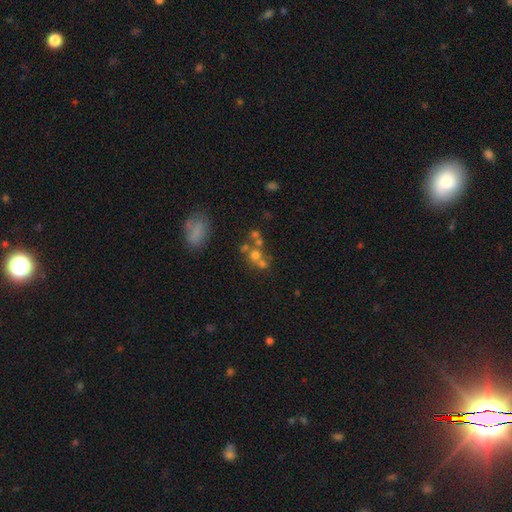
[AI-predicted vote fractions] Q: Smooth or featured?
A: smooth (54%); runner-up: featured or disk (26%)
Q: How rounded?
A: round (76%); runner-up: in between (22%)
Q: Merging?
A: merger (42%); runner-up: none (41%)